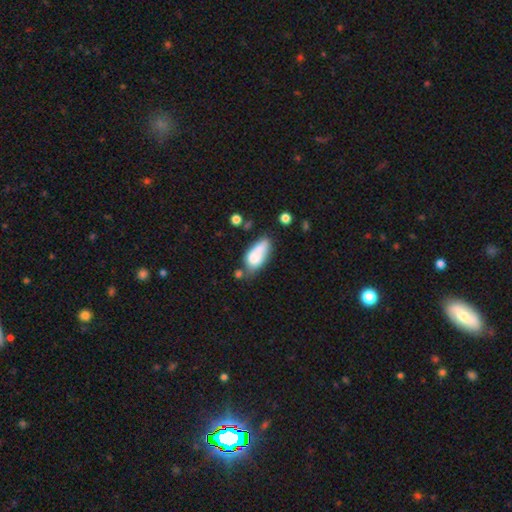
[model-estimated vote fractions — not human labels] The model was most divided on "merging": none: 35%, merger: 26%, minor disturbance: 25%, major disturbance: 14%. More confident: how rounded — in between (85%); smooth or featured — smooth (74%).